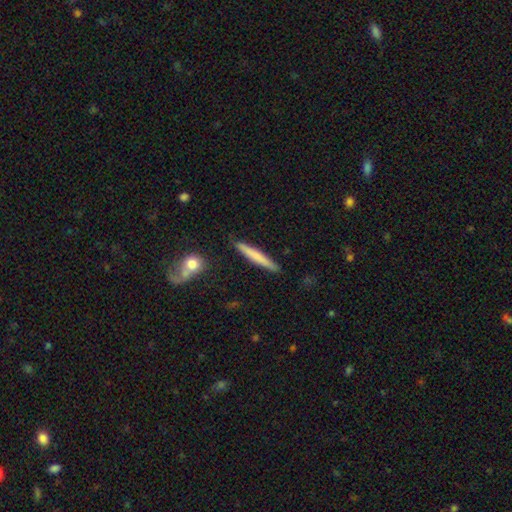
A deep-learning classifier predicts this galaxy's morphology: smooth_or_featured: smooth (p=0.68) [alt: featured or disk p=0.27]
how_rounded: cigar-shaped (p=0.95) [alt: in between p=0.03]
merging: none (p=0.89) [alt: minor disturbance p=0.07]